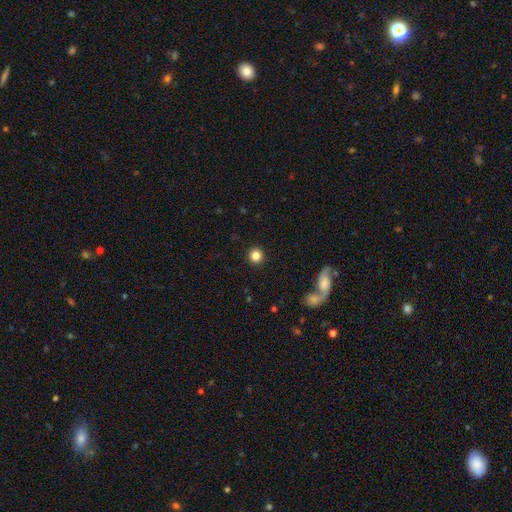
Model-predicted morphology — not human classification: Smooth or featured? Predicted: smooth (p=0.83). How rounded? Predicted: round (p=0.94). Merging? Predicted: none (p=0.92).